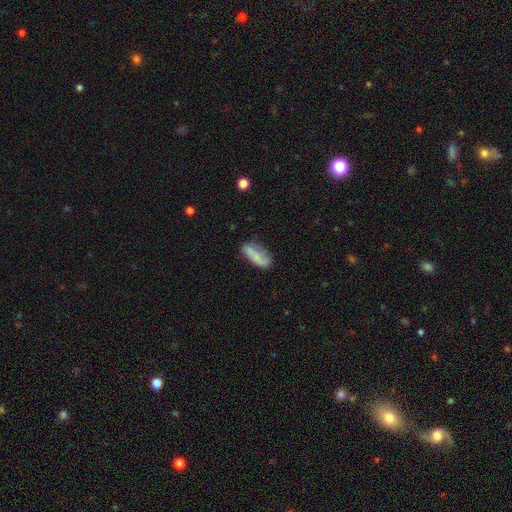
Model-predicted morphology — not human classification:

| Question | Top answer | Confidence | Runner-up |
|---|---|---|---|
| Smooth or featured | smooth | 70% | featured or disk (23%) |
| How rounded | in between | 72% | cigar-shaped (25%) |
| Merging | none | 63% | minor disturbance (26%) |